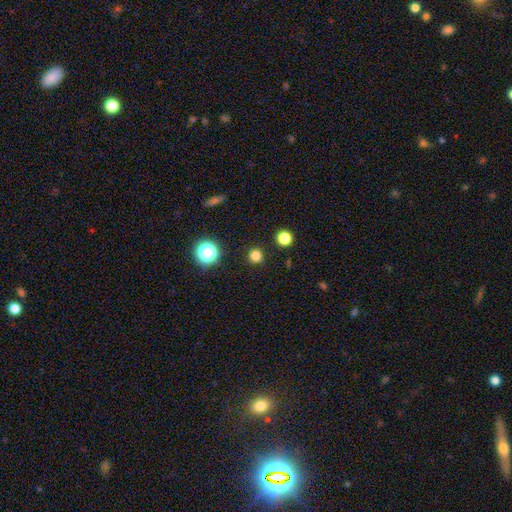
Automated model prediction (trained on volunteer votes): A smooth galaxy with no disk features (80%) that is round (94%).

Vote fractions:
- Smooth or featured? smooth: 80% / star or artifact: 16% / featured or disk: 4%
- How rounded? round: 94% / in between: 5% / cigar-shaped: 1%
- Merging? none: 92% / minor disturbance: 5% / major disturbance: 2% / merger: 1%